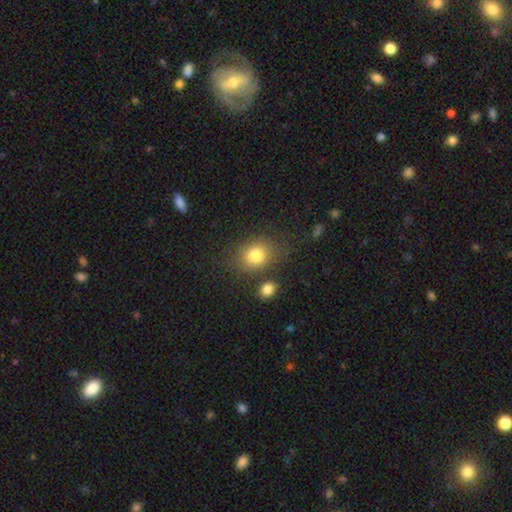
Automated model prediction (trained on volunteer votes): Morphology: type=smooth (80%); roundness=in between (51%); merging=none (68%).